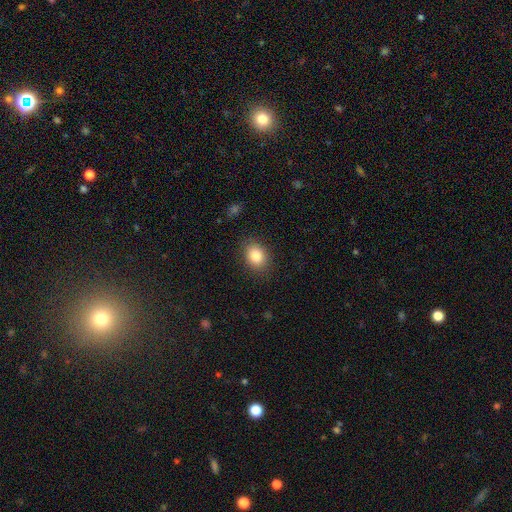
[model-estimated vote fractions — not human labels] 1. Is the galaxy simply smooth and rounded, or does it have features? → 84% smooth, 9% star or artifact, 7% featured or disk.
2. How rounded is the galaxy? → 61% in between, 38% round, 1% cigar-shaped.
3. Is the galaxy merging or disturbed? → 86% none, 10% minor disturbance, 3% major disturbance, 1% merger.